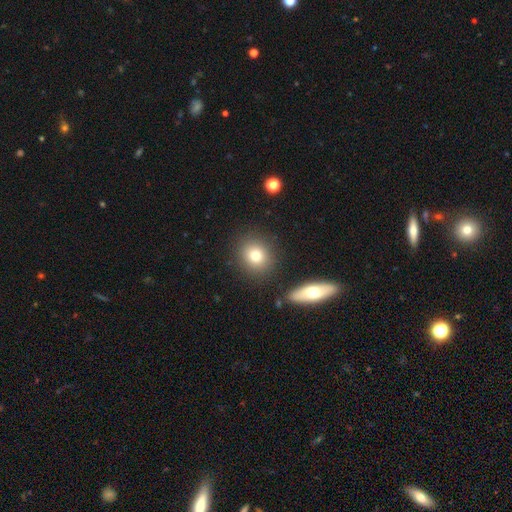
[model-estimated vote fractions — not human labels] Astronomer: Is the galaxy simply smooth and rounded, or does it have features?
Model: smooth — 78%.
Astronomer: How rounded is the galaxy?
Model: round — 79%.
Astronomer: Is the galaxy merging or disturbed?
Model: none — 85%.